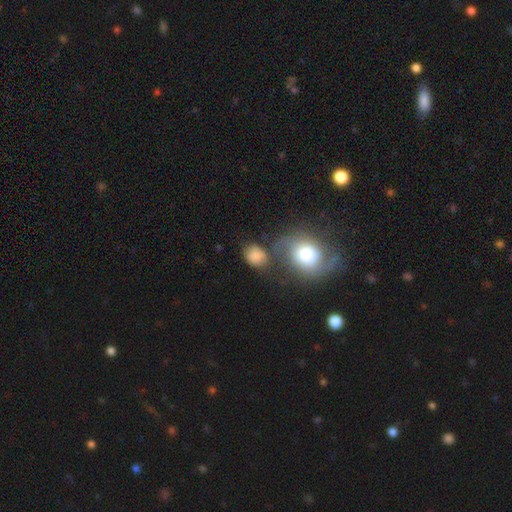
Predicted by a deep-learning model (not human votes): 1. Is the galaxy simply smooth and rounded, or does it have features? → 78% smooth, 12% featured or disk, 10% star or artifact.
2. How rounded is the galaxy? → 54% in between, 45% round, 1% cigar-shaped.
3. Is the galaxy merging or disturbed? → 47% none, 21% merger, 21% minor disturbance, 11% major disturbance.